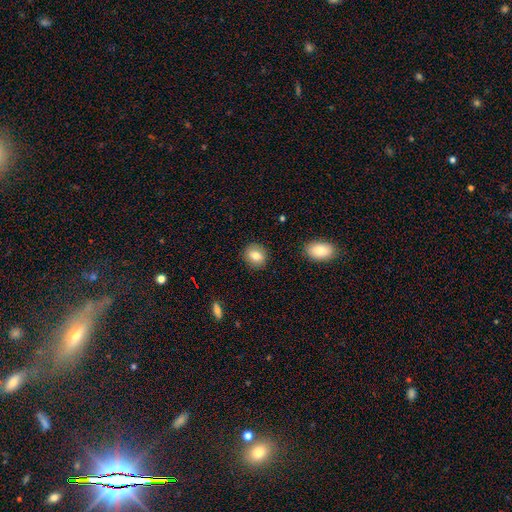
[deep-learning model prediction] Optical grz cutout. It shows a smooth galaxy with no disk features (81%) that is round (72%). Merging: none (89%).